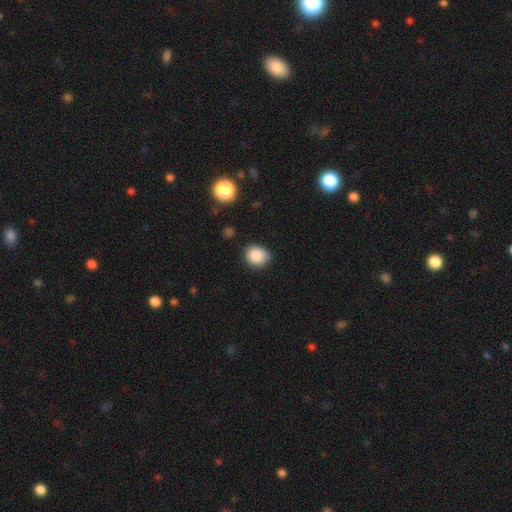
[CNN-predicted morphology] This appears to be a smooth galaxy with no disk features (85%) that is round (67%). Merging: none (75%).